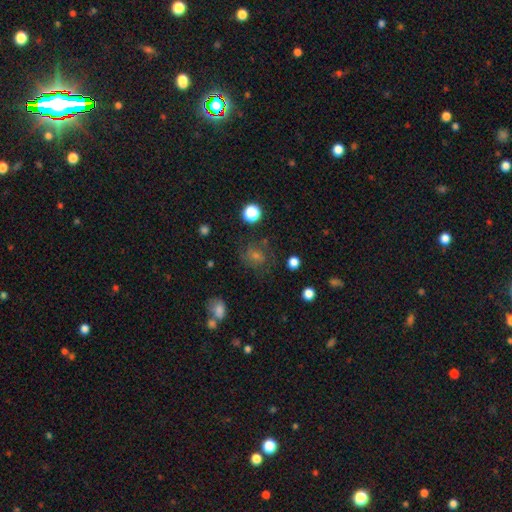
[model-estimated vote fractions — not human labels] Overall: smooth (44%; star or artifact 33%). Merging: none (72%).